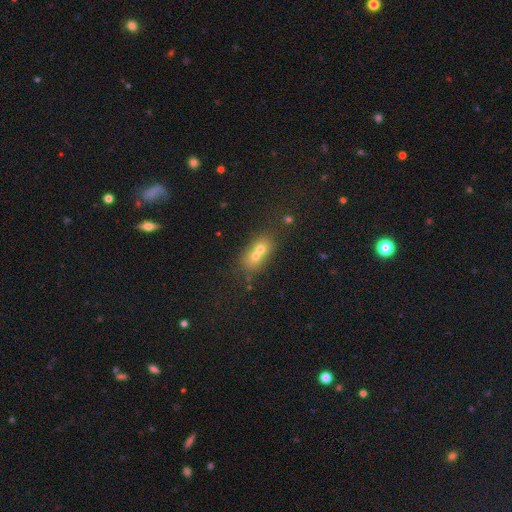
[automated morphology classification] The model was most divided on "how rounded": round: 50%, in between: 46%, cigar-shaped: 4%. More confident: merging — merger (59%); smooth or featured — smooth (57%).